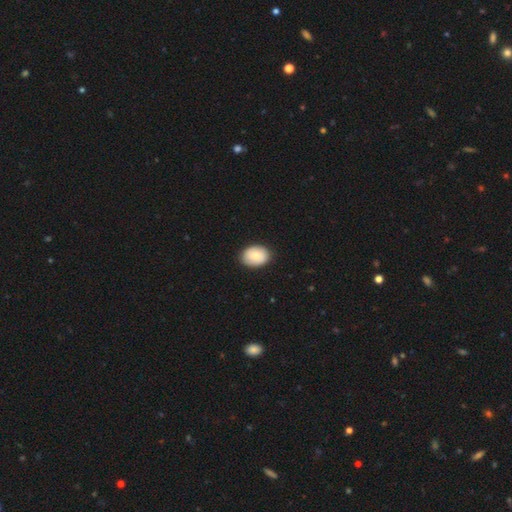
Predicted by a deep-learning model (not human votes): Smooth or featured? smooth (84%)
How rounded? in between (71%)
Merging? none (88%)